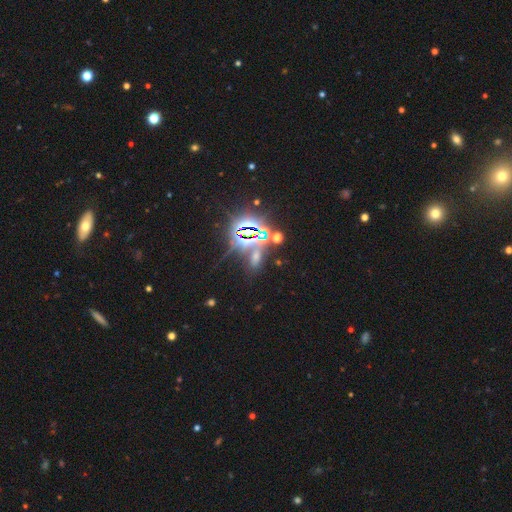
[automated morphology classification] The model was most divided on "smooth or featured": star or artifact: 65%, smooth: 26%, featured or disk: 9%.